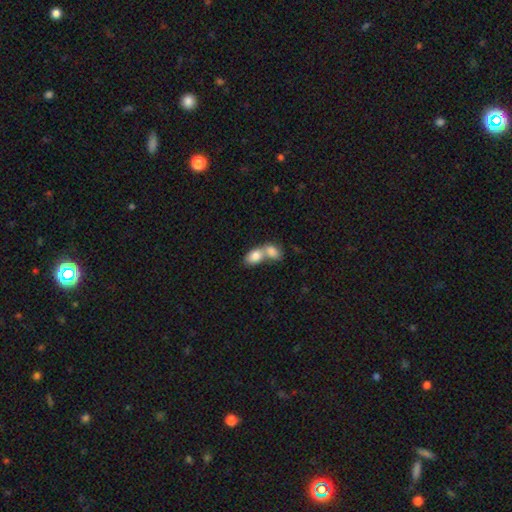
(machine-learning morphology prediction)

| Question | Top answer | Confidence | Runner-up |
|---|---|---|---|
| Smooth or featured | smooth | 81% | featured or disk (12%) |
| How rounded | in between | 83% | round (15%) |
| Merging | merger | 73% | none (19%) |